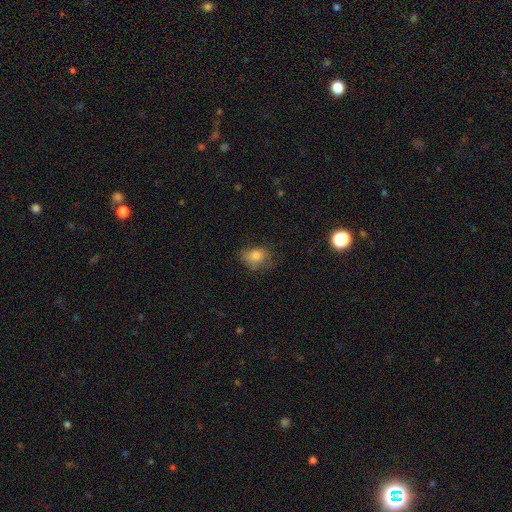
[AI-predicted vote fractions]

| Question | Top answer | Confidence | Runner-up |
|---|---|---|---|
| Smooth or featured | smooth | 76% | featured or disk (14%) |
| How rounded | in between | 64% | round (35%) |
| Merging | none | 56% | minor disturbance (28%) |